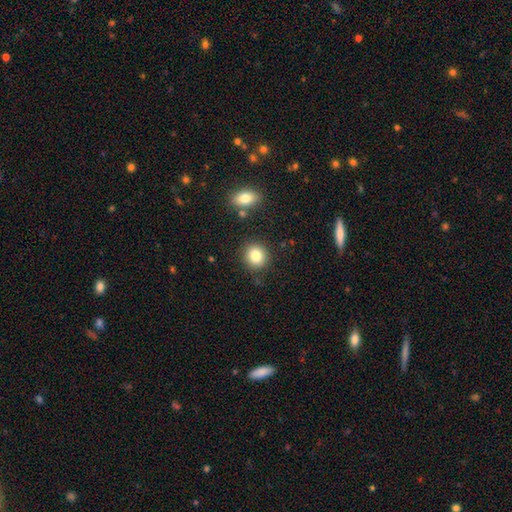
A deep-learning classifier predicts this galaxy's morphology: smooth_or_featured: smooth (p=0.83) [alt: star or artifact p=0.10]
how_rounded: round (p=0.84) [alt: in between p=0.15]
merging: none (p=0.85) [alt: minor disturbance p=0.08]